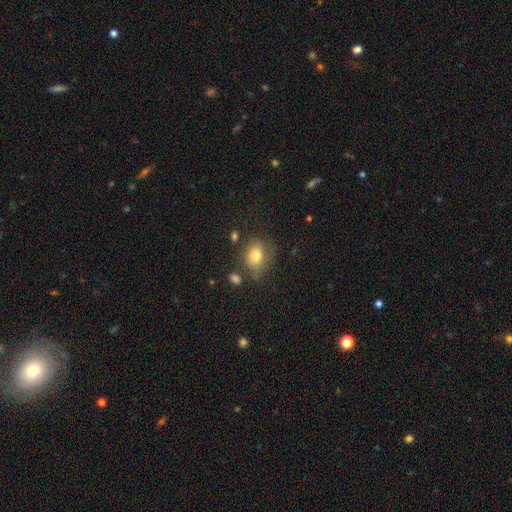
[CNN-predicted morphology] Smooth or featured: smooth — 77% (featured or disk — 12%)
How rounded: in between — 61% (round — 38%)
Merging: none — 59% (minor disturbance — 24%)